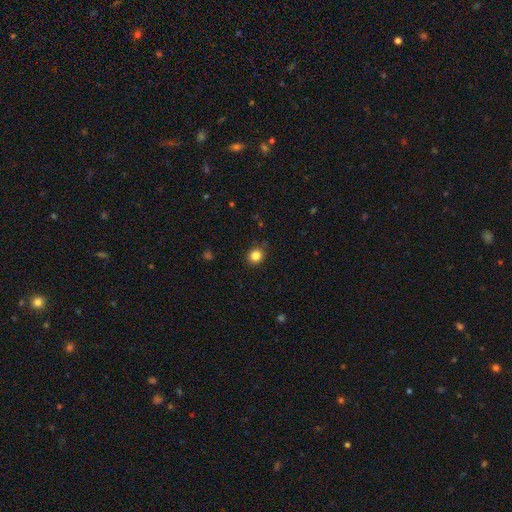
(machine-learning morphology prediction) Q: Smooth or featured?
A: smooth (84%); runner-up: star or artifact (11%)
Q: How rounded?
A: round (83%); runner-up: in between (16%)
Q: Merging?
A: none (87%); runner-up: minor disturbance (9%)